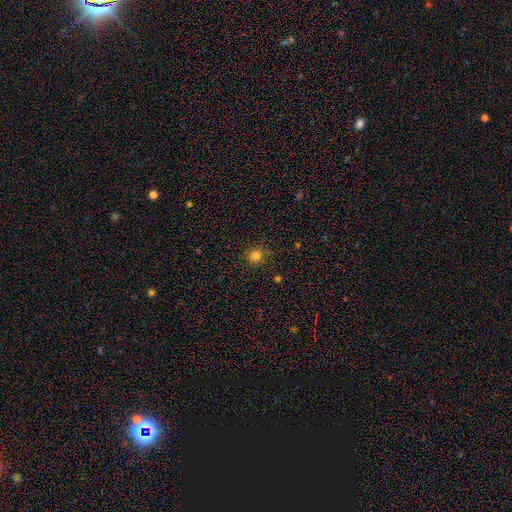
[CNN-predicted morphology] A smooth galaxy with no disk features (80%) that is round (90%).

Vote fractions:
- Smooth or featured? smooth: 80% / star or artifact: 14% / featured or disk: 5%
- How rounded? round: 90% / in between: 9% / cigar-shaped: 1%
- Merging? none: 87% / minor disturbance: 9% / major disturbance: 2% / merger: 1%